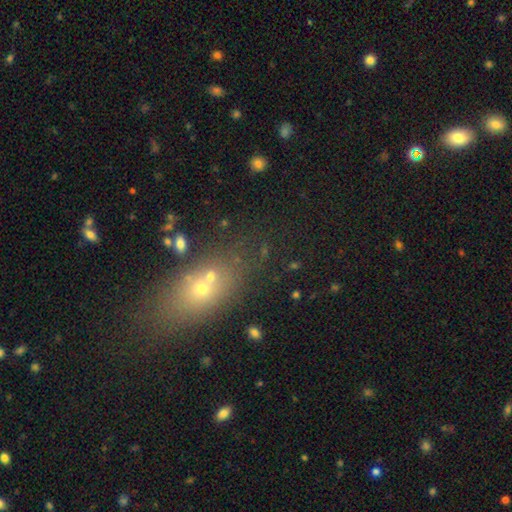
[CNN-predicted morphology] smooth_or_featured: smooth (p=0.54) [alt: star or artifact p=0.27]
how_rounded: in between (p=0.63) [alt: round p=0.19]
merging: none (p=0.73) [alt: minor disturbance p=0.12]